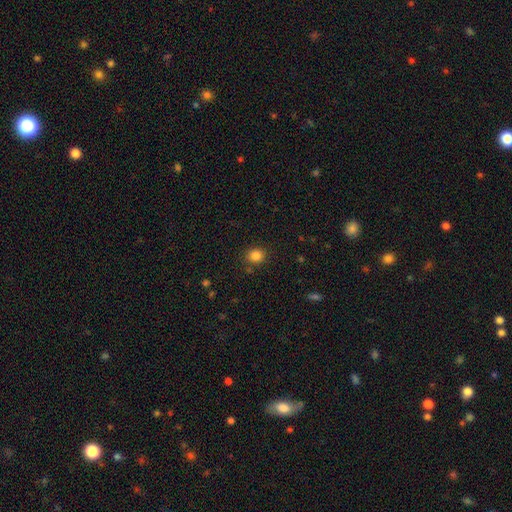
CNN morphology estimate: Smooth or featured?
  - smooth: 83% *
  - star or artifact: 12%
  - featured or disk: 5%
How rounded?
  - round: 77% *
  - in between: 22%
  - cigar-shaped: 1%
Merging?
  - none: 86% *
  - minor disturbance: 9%
  - major disturbance: 3%
  - merger: 3%